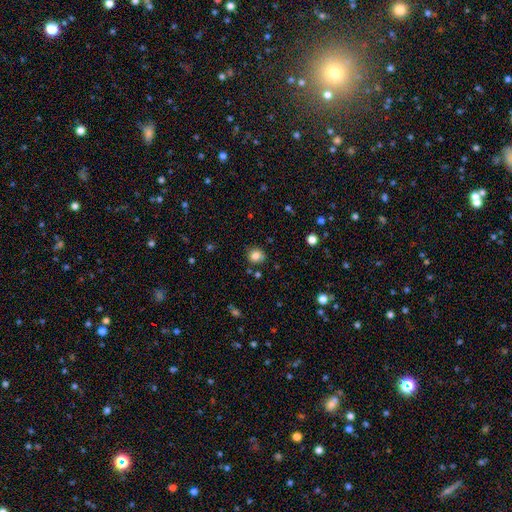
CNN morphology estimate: smooth 83%, star or artifact 12%, featured or disk 6%. Down the decision tree: how rounded — round (81%); merging — none (82%).